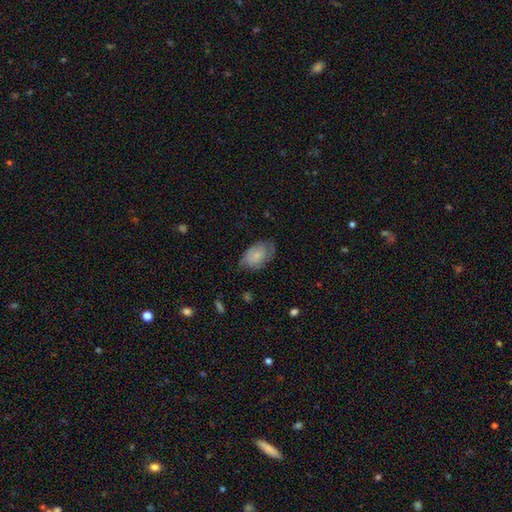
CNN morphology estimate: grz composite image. It shows a smooth galaxy with no disk features (70%) that is in between round and cigar-shaped (89%). Merging: none (58%).